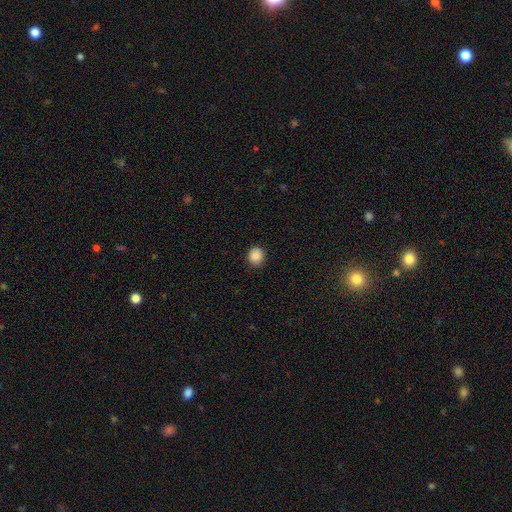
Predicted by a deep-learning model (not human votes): This appears to be a smooth galaxy with no disk features (88%) that is round (84%). Merging: none (89%).